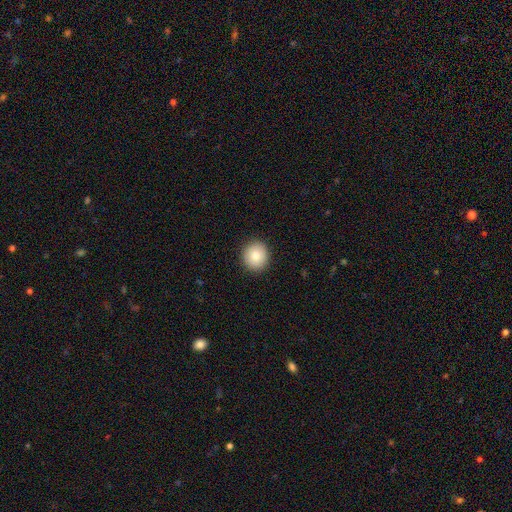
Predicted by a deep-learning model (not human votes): A smooth galaxy with no disk features (84%) that is round (90%). Merging: none (92%).